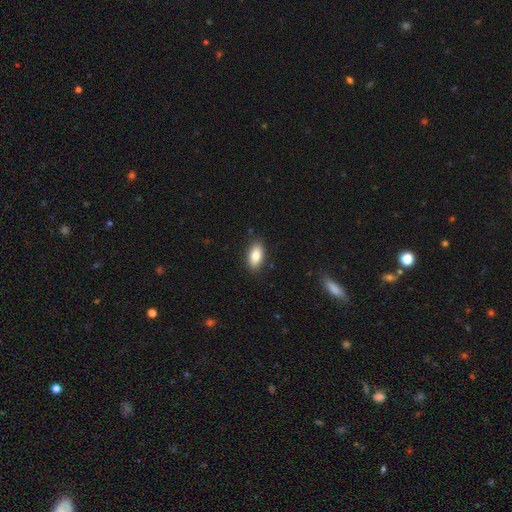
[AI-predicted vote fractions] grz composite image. It shows a smooth galaxy with no disk features (84%) that is in between round and cigar-shaped (90%). Merging: none (88%).